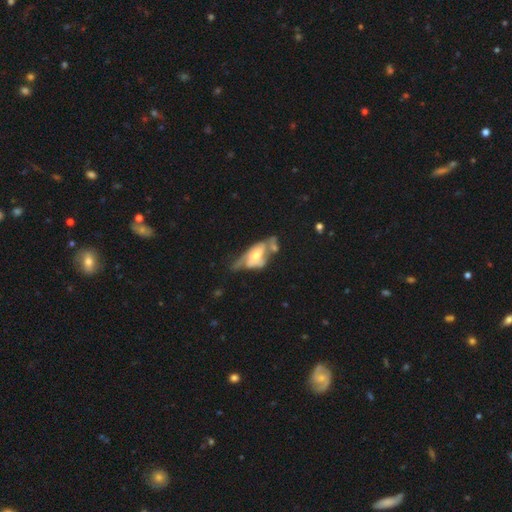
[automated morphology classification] This is likely a featured or disk galaxy (67%). It is clearly not viewed edge-on (86%). Bar: possibly no (54%). Spiral arm pattern: likely yes (71%). Central bulge: possibly moderate (57%). Merging: marginally none (28%).